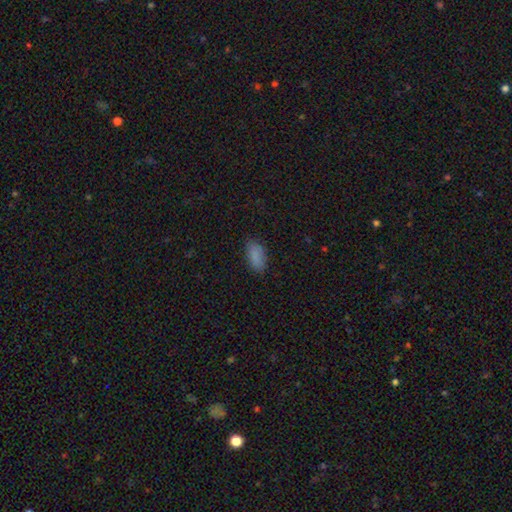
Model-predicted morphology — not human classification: Q: Smooth or featured?
A: smooth (84%); runner-up: star or artifact (10%)
Q: How rounded?
A: in between (90%); runner-up: cigar-shaped (7%)
Q: Merging?
A: none (79%); runner-up: minor disturbance (16%)